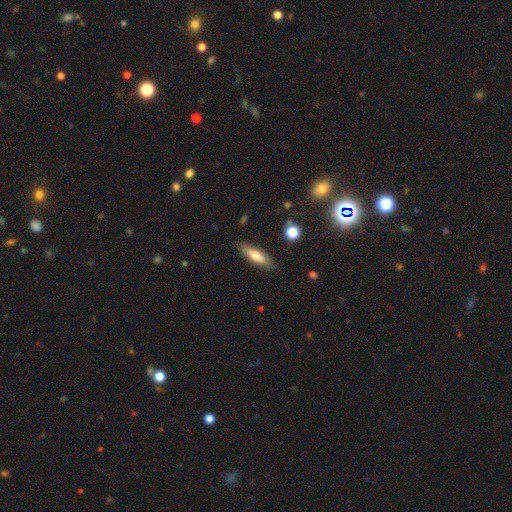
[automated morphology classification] type=smooth (63%); roundness=cigar-shaped (59%); merging=none (85%).